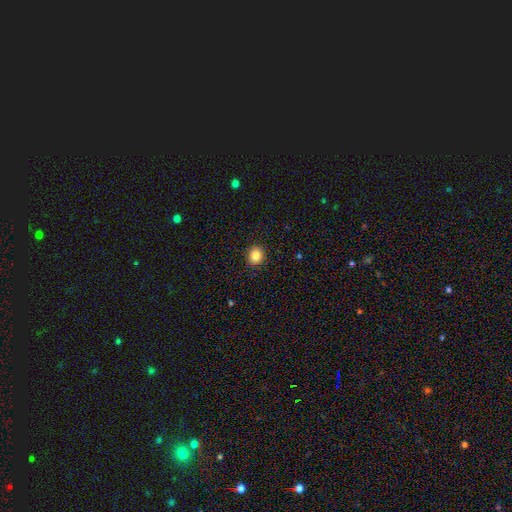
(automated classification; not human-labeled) A smooth galaxy with no disk features (84%) that is round (83%).

Vote fractions:
- Smooth or featured? smooth: 84% / star or artifact: 11% / featured or disk: 5%
- How rounded? round: 83% / in between: 16% / cigar-shaped: 1%
- Merging? none: 92% / minor disturbance: 6% / major disturbance: 2% / merger: 1%